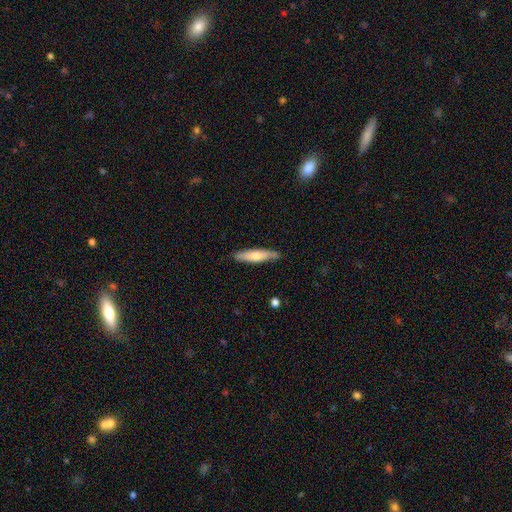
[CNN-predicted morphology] Smooth or featured: smooth — 64% (featured or disk — 30%)
How rounded: cigar-shaped — 78% (in between — 21%)
Merging: none — 80% (minor disturbance — 16%)